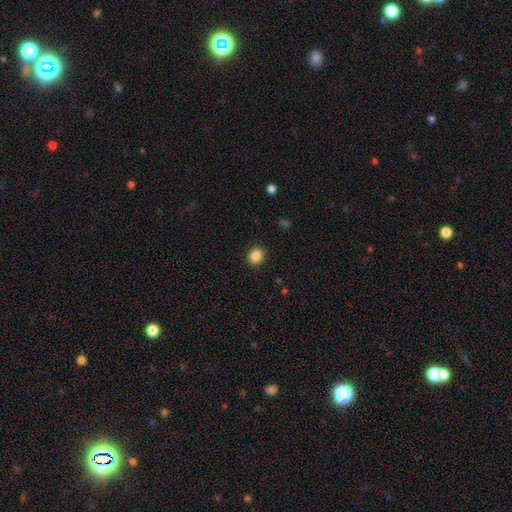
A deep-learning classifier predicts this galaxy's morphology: A smooth galaxy with no disk features (87%) that is round (68%).

Vote fractions:
- Smooth or featured? smooth: 87% / star or artifact: 10% / featured or disk: 4%
- How rounded? round: 68% / in between: 31% / cigar-shaped: 1%
- Merging? none: 89% / minor disturbance: 7% / major disturbance: 2% / merger: 1%